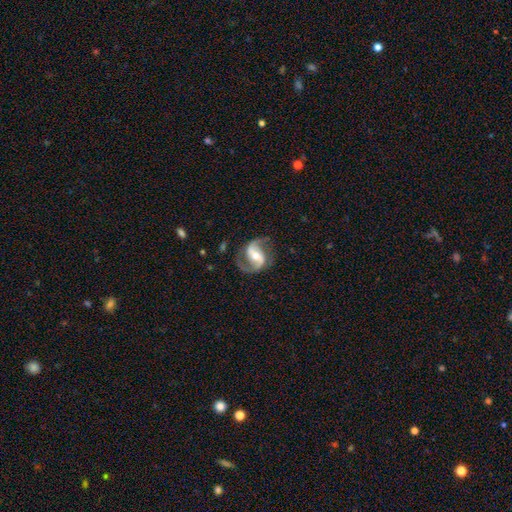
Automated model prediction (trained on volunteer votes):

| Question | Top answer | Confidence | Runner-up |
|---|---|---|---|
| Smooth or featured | featured or disk | 90% | smooth (5%) |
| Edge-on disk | no | 98% | yes (2%) |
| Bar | strong | 43% | weak (38%) |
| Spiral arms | yes | 97% | no (3%) |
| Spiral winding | medium | 52% | loose (34%) |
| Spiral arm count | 2 | 92% | 1 (3%) |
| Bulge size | moderate | 60% | small (33%) |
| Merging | none | 76% | minor disturbance (14%) |